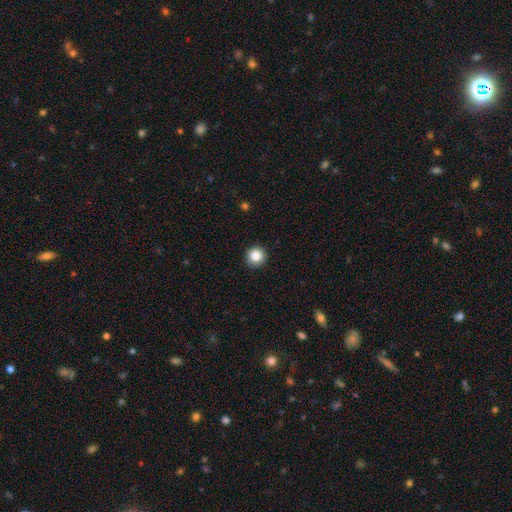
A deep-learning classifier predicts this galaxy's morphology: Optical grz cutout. It shows a smooth galaxy with no disk features (85%) that is round (95%). Merging: none (93%).